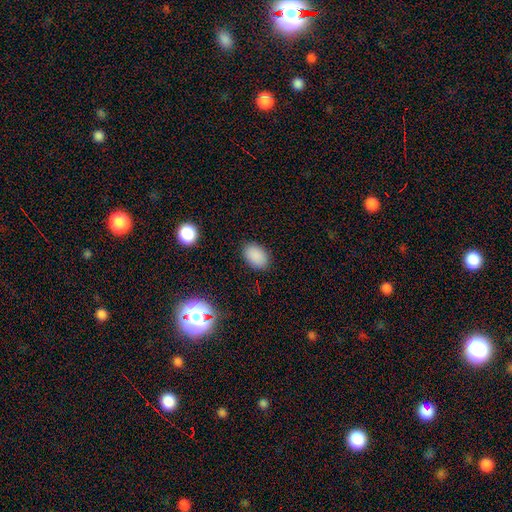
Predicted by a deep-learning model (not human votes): Q: Smooth or featured?
A: smooth (87%); runner-up: star or artifact (10%)
Q: How rounded?
A: in between (87%); runner-up: round (12%)
Q: Merging?
A: none (88%); runner-up: minor disturbance (9%)